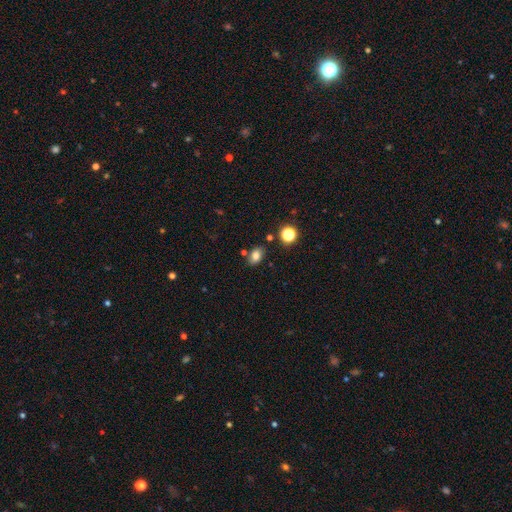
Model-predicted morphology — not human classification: smooth-or-featured: smooth: 79% | star or artifact: 13% | featured or disk: 8%
  how-rounded: in between: 81% | round: 18% | cigar-shaped: 2%
  merging: none: 77% | minor disturbance: 13% | merger: 7% | major disturbance: 3%